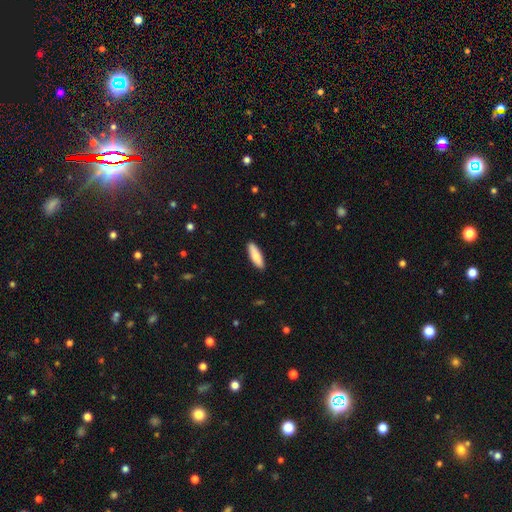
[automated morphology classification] A smooth galaxy with no disk features (82%) that is cigar-shaped (54%). Merging: none (90%).